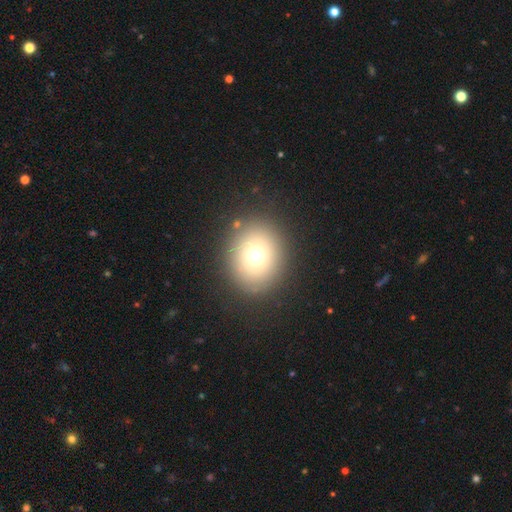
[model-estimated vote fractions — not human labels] This appears to be a smooth galaxy with no disk features (70%) that is round (74%). Merging: none (87%).